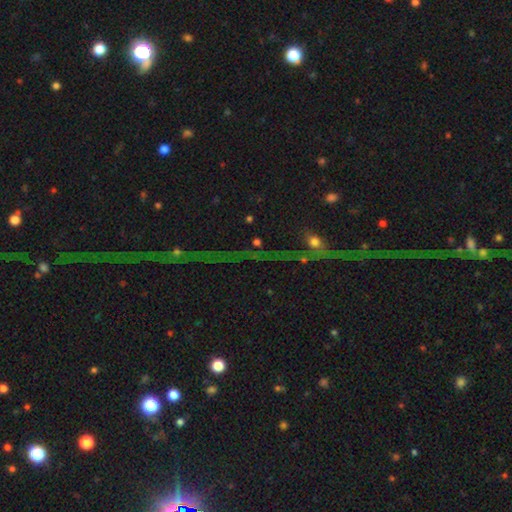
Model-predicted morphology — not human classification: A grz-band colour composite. It shows a star or artifact, not a galaxy (74%).